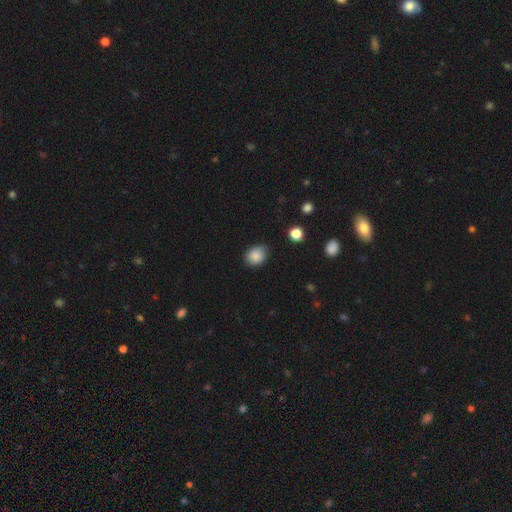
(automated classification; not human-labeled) smooth-or-featured: smooth: 87% | star or artifact: 9% | featured or disk: 4%
  how-rounded: round: 55% | in between: 44% | cigar-shaped: 1%
  merging: none: 78% | minor disturbance: 18% | major disturbance: 3% | merger: 2%